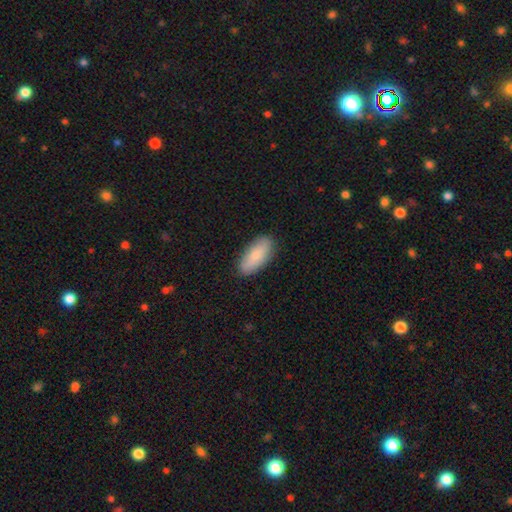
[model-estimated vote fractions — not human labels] Smooth or featured? smooth (79%)
How rounded? in between (88%)
Merging? none (86%)